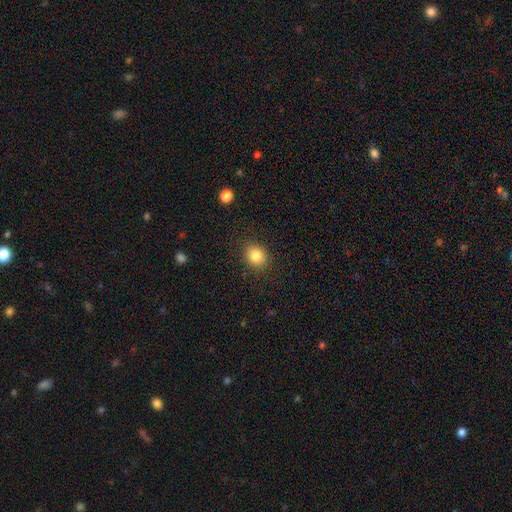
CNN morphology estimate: This appears to be a smooth galaxy with no disk features (83%) that is round (67%). Merging: none (88%).